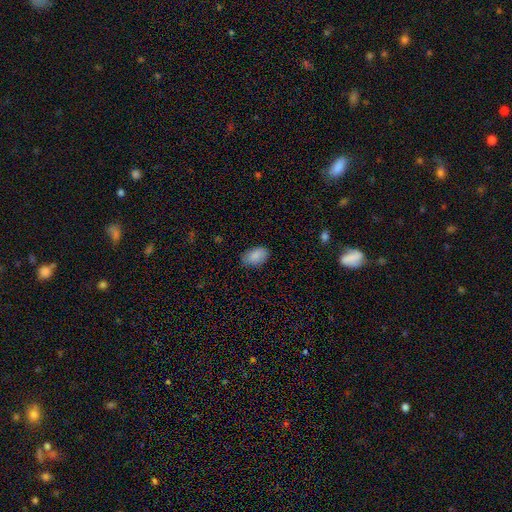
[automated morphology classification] Smooth or featured?
  - smooth: 88% *
  - star or artifact: 7%
  - featured or disk: 5%
How rounded?
  - in between: 91% *
  - round: 7%
  - cigar-shaped: 1%
Merging?
  - none: 80% *
  - minor disturbance: 16%
  - major disturbance: 3%
  - merger: 1%